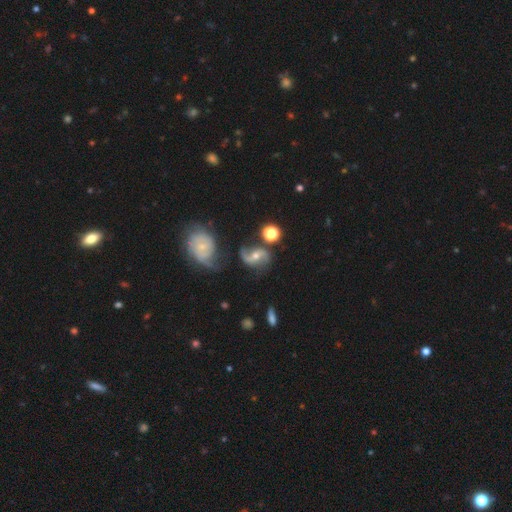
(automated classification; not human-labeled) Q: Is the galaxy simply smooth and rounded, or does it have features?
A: featured or disk — 83%.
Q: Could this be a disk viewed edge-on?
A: no — 97%.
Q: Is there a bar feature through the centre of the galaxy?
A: weak — 39%.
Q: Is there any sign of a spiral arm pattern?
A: yes — 95%.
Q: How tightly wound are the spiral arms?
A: loose — 57%.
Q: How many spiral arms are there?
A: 2 — 89%.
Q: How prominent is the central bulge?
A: moderate — 53%.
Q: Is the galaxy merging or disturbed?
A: none — 59%.